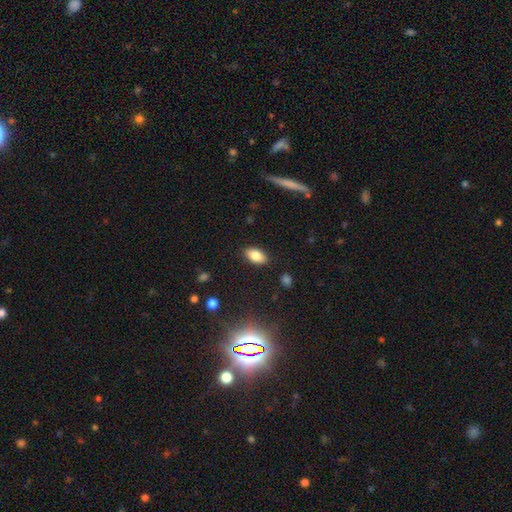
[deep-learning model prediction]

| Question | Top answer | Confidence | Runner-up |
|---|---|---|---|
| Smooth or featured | smooth | 81% | featured or disk (10%) |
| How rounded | in between | 91% | round (5%) |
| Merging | none | 87% | minor disturbance (10%) |